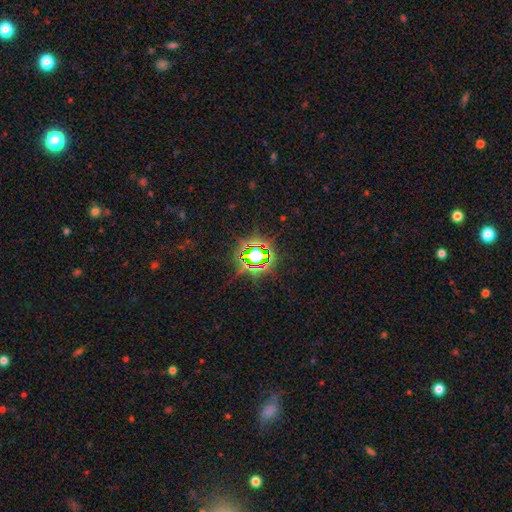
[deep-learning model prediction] A star or artifact, not a galaxy (78%).

Vote fractions:
- Smooth or featured? star or artifact: 78% / smooth: 13% / featured or disk: 10%